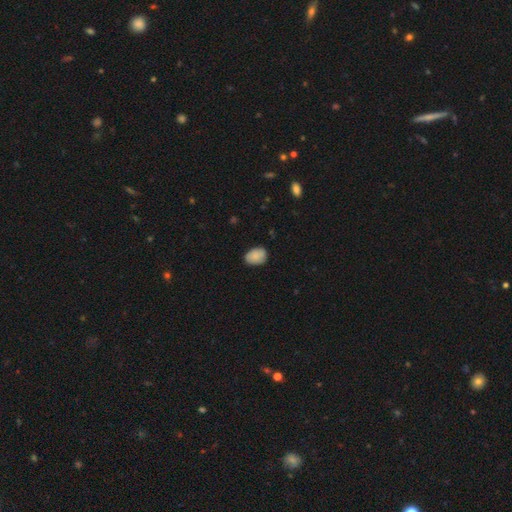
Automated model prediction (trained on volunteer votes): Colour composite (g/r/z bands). It shows a smooth galaxy with no disk features (86%) that is in between round and cigar-shaped (78%). Merging: none (76%).